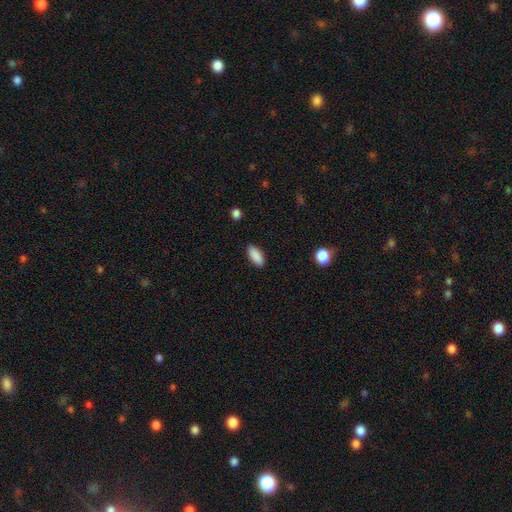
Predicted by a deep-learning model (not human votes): smooth-or-featured: smooth: 89% | star or artifact: 7% | featured or disk: 4%
  how-rounded: in between: 86% | cigar-shaped: 12% | round: 2%
  merging: none: 88% | minor disturbance: 9% | major disturbance: 2% | merger: 1%